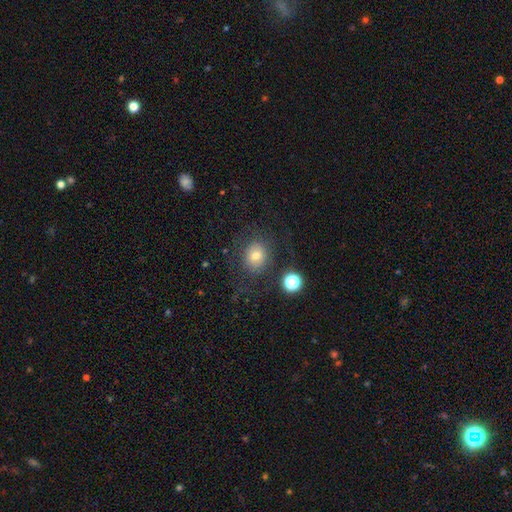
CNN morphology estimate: A smooth galaxy with no disk features (68%) that is round (71%).

Vote fractions:
- Smooth or featured? smooth: 68% / featured or disk: 16% / star or artifact: 15%
- How rounded? round: 71% / in between: 29% / cigar-shaped: 1%
- Merging? none: 76% / minor disturbance: 13% / major disturbance: 9% / merger: 3%